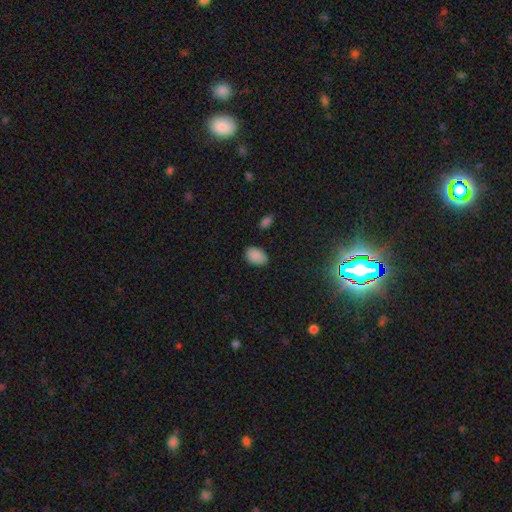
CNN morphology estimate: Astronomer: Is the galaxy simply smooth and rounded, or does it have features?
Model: smooth — 88%.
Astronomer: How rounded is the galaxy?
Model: in between — 91%.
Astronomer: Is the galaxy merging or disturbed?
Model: none — 82%.